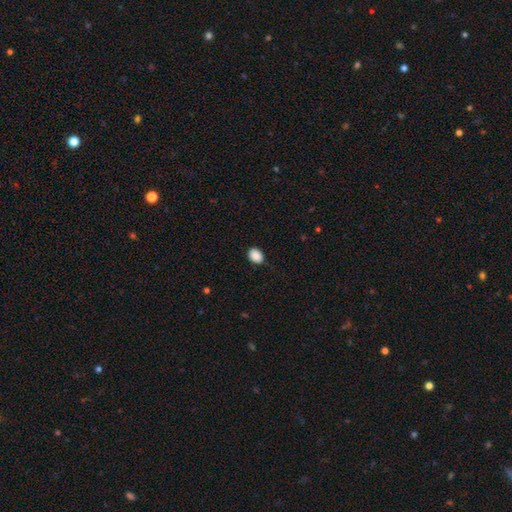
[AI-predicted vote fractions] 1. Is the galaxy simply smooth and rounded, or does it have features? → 89% smooth, 8% star or artifact, 3% featured or disk.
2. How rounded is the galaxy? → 74% in between, 25% round, 1% cigar-shaped.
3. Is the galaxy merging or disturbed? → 82% none, 14% minor disturbance, 2% major disturbance, 1% merger.